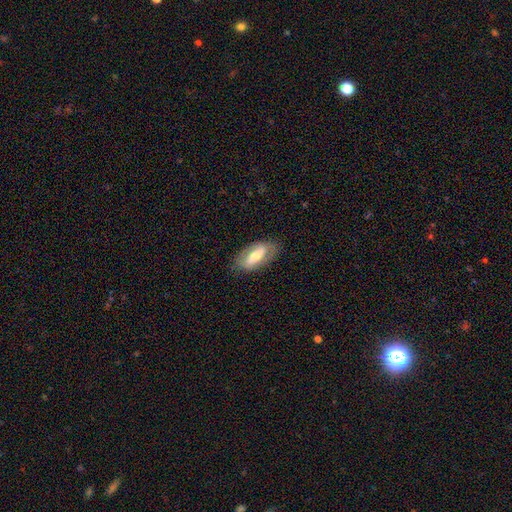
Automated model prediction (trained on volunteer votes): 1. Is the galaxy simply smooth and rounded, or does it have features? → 58% featured or disk, 36% smooth, 6% star or artifact.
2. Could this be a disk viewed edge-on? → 85% no, 15% yes.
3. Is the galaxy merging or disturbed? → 81% none, 13% minor disturbance, 4% major disturbance, 1% merger.